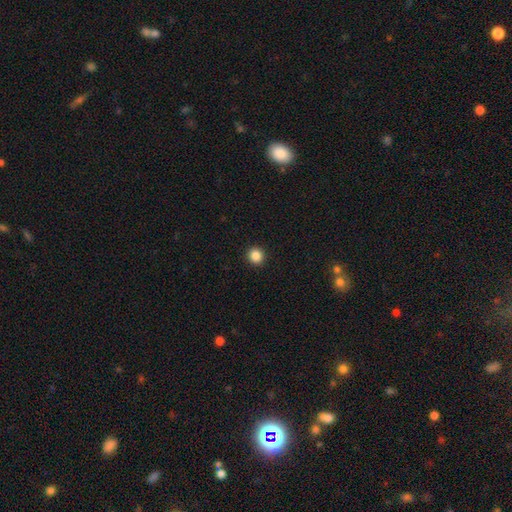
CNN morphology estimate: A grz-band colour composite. It shows a smooth galaxy with no disk features (86%) that is round (93%). Merging: none (94%).